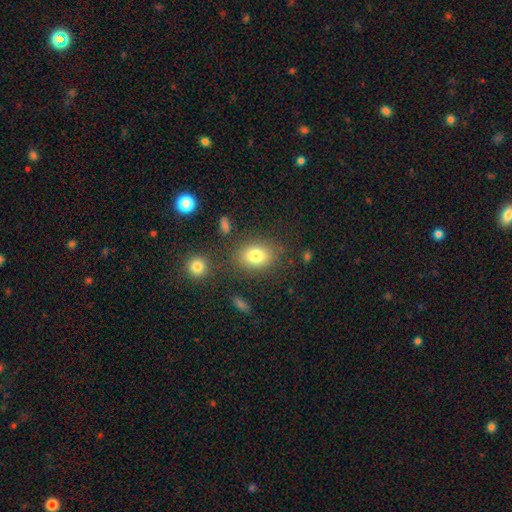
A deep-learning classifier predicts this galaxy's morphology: This appears to be a smooth galaxy with no disk features (79%) that is in between round and cigar-shaped (63%). Merging: none (77%).